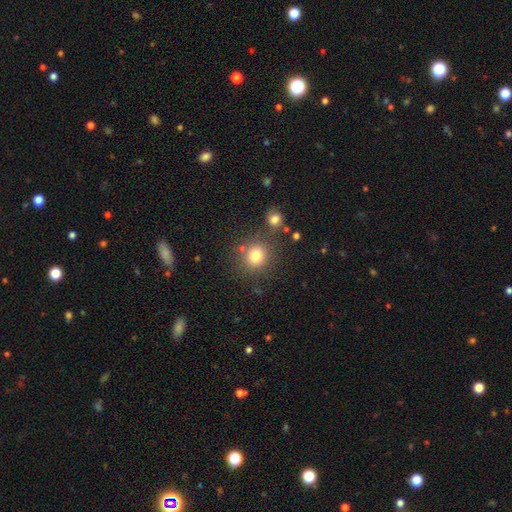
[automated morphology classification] smooth 80%, star or artifact 12%, featured or disk 7%. Down the decision tree: how rounded — round (88%); merging — none (76%).